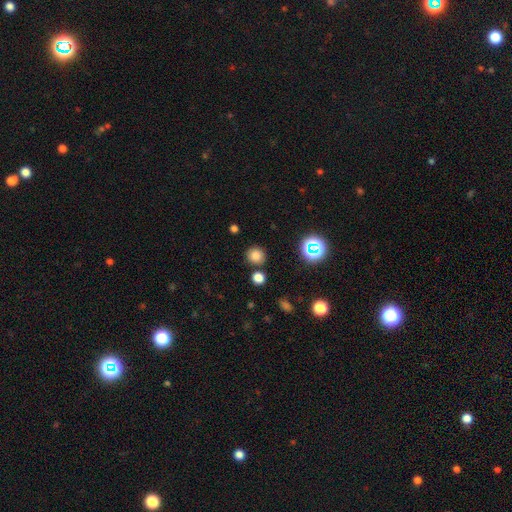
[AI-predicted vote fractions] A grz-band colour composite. It shows a smooth galaxy with no disk features (77%) that is round (90%). Merging: none (83%).